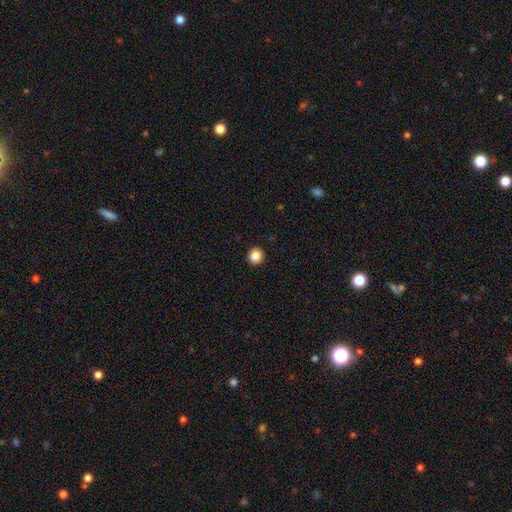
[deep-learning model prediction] A smooth galaxy with no disk features (87%) that is round (92%).

Vote fractions:
- Smooth or featured? smooth: 87% / star or artifact: 10% / featured or disk: 3%
- How rounded? round: 92% / in between: 7% / cigar-shaped: 1%
- Merging? none: 93% / minor disturbance: 5% / major disturbance: 2% / merger: 1%